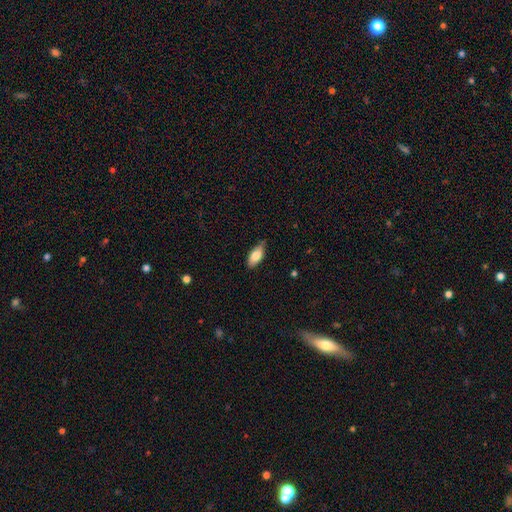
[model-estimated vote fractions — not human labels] Q: Smooth or featured?
A: smooth (81%); runner-up: featured or disk (13%)
Q: How rounded?
A: in between (88%); runner-up: cigar-shaped (10%)
Q: Merging?
A: none (74%); runner-up: minor disturbance (21%)